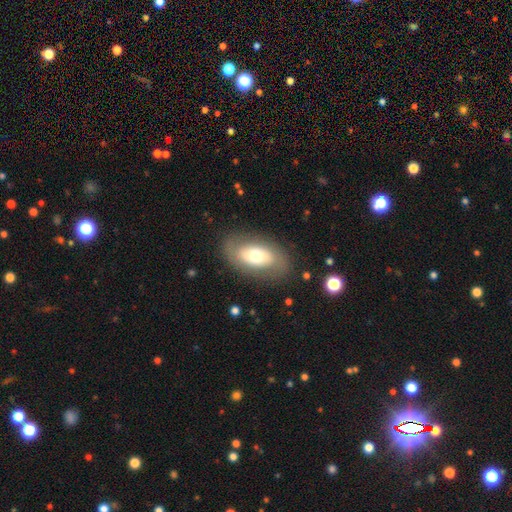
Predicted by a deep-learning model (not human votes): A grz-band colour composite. It shows a smooth galaxy with no disk features (49%). Merging: none (81%).